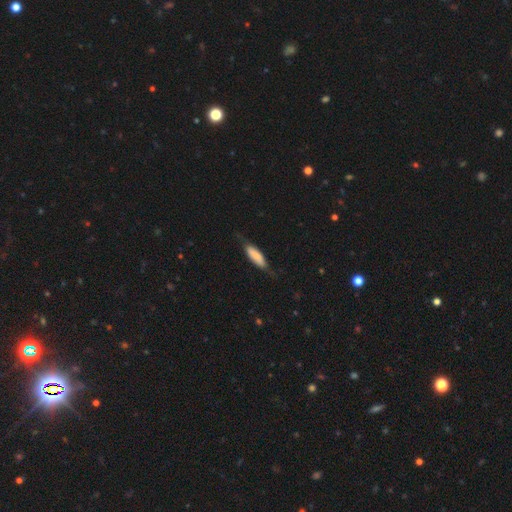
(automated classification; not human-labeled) Smooth or featured? smooth (72%)
How rounded? in between (53%)
Merging? none (65%)